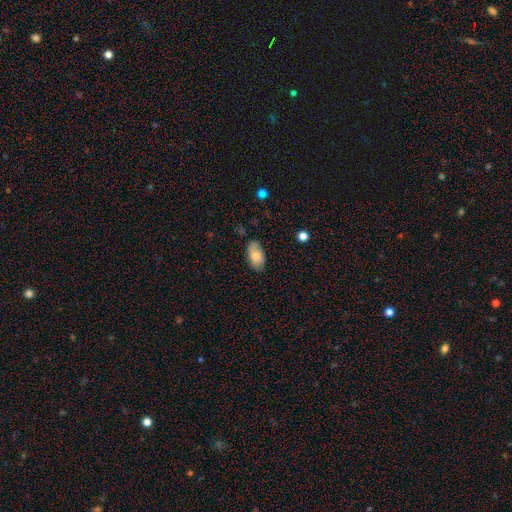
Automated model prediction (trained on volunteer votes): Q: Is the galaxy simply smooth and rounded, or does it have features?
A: smooth — 79%.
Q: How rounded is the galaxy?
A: in between — 94%.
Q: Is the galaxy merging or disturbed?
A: none — 72%.